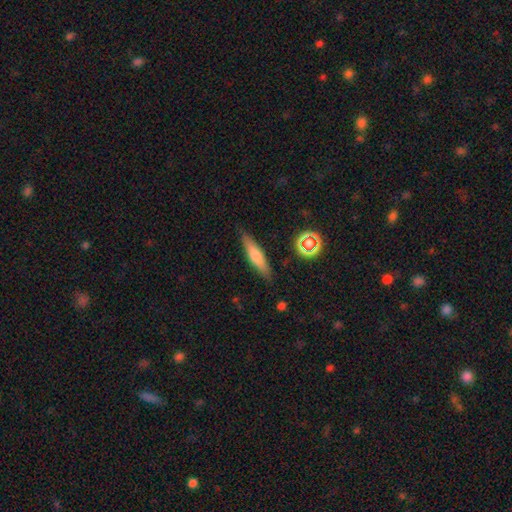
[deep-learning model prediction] smooth 58%, featured or disk 34%, star or artifact 8%. Down the decision tree: how rounded — cigar-shaped (78%); merging — none (86%).